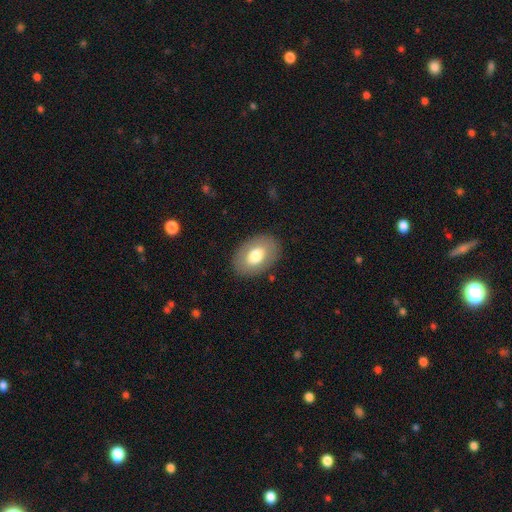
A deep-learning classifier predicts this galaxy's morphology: Overall: smooth (69%). How rounded: in between (85%). Merging: none (85%).